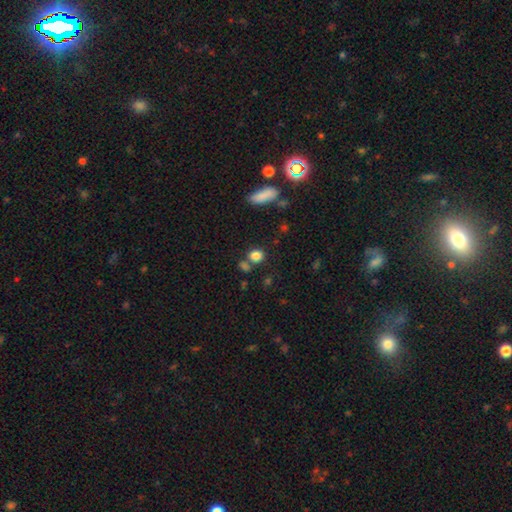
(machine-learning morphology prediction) Smooth or featured?
  - smooth: 82% *
  - star or artifact: 12%
  - featured or disk: 6%
How rounded?
  - round: 71% *
  - in between: 27%
  - cigar-shaped: 2%
Merging?
  - none: 65% *
  - merger: 19%
  - minor disturbance: 11%
  - major disturbance: 4%